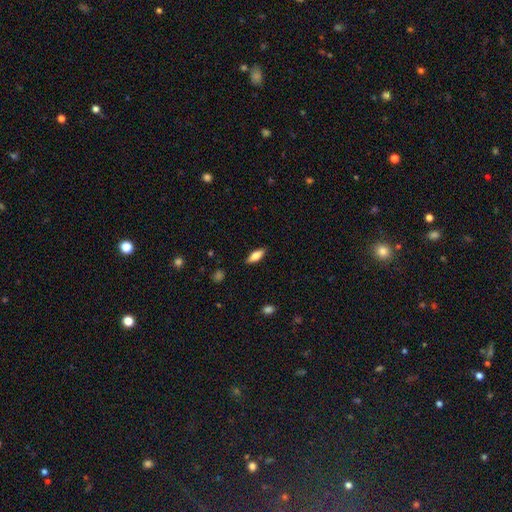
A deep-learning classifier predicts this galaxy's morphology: smooth_or_featured: smooth (p=0.76) [alt: featured or disk p=0.18]
how_rounded: in between (p=0.70) [alt: cigar-shaped p=0.28]
merging: none (p=0.87) [alt: minor disturbance p=0.10]